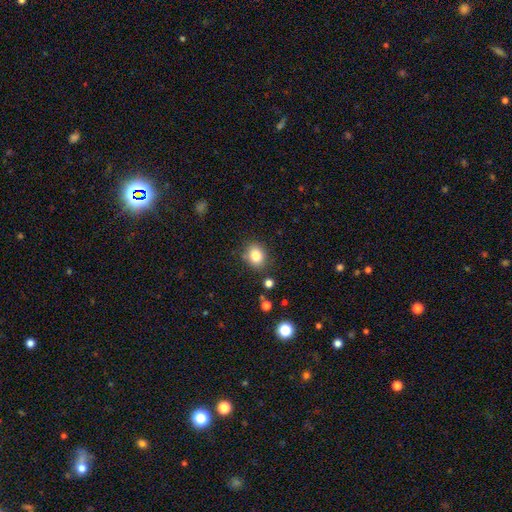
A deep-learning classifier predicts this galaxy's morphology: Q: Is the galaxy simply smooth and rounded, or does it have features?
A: smooth — 83%.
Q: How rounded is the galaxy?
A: round — 57%.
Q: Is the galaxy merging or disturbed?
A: none — 82%.